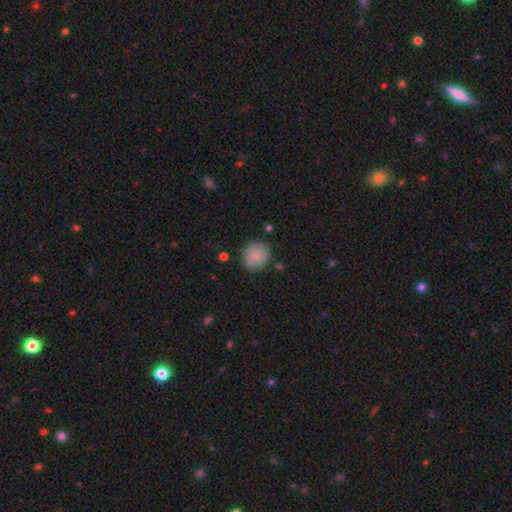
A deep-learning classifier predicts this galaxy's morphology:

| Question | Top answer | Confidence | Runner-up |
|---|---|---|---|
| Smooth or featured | smooth | 88% | star or artifact (7%) |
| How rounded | round | 90% | in between (10%) |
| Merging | none | 85% | minor disturbance (10%) |